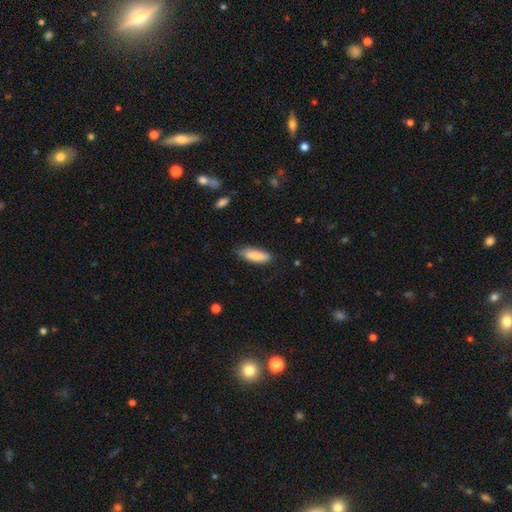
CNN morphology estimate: Smooth or featured? Predicted: smooth (p=0.86). How rounded? Predicted: in between (p=0.50). Merging? Predicted: none (p=0.80).